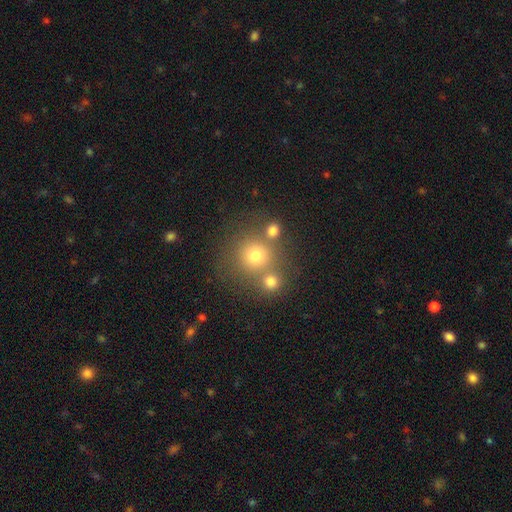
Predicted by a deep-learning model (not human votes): Smooth or featured? Predicted: smooth (p=0.72). How rounded? Predicted: round (p=0.90). Merging? Predicted: none (p=0.60).